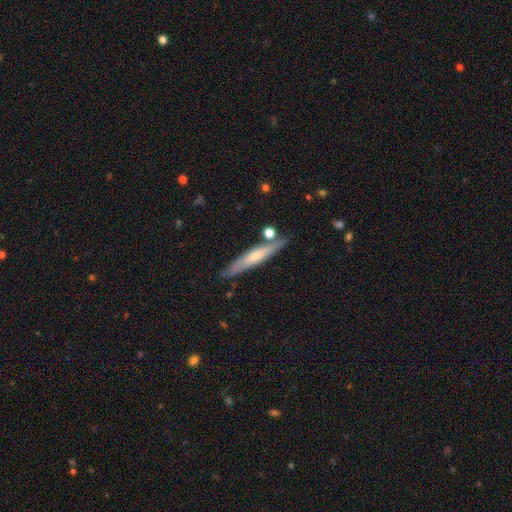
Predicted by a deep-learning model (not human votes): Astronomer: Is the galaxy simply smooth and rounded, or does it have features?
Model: featured or disk — 47% (runner-up: smooth, 46%).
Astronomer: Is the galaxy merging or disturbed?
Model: none — 81%.